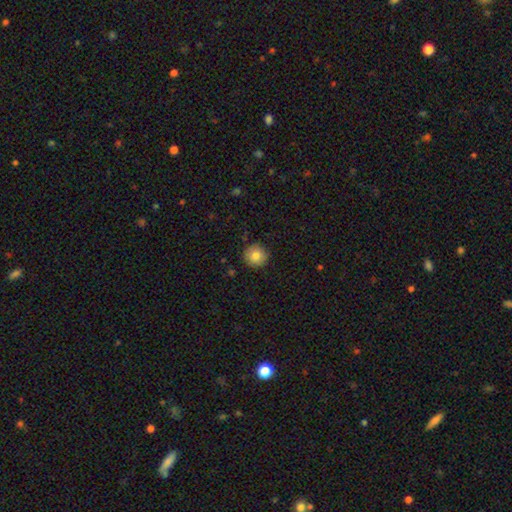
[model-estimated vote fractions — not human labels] Q: Smooth or featured?
A: smooth (82%); runner-up: star or artifact (9%)
Q: How rounded?
A: round (94%); runner-up: in between (5%)
Q: Merging?
A: none (88%); runner-up: minor disturbance (9%)